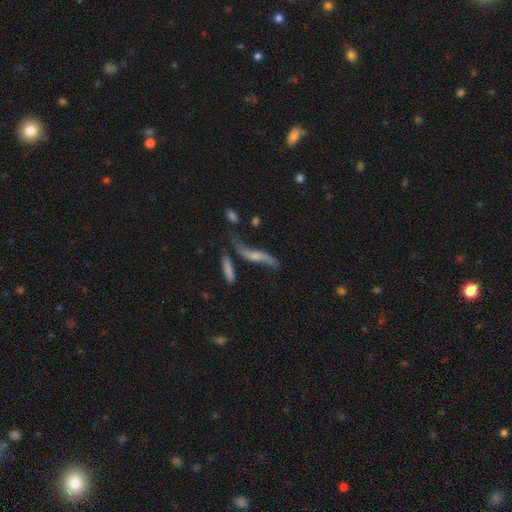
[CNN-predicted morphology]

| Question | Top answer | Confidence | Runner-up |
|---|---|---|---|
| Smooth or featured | featured or disk | 72% | smooth (19%) |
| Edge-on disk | no | 61% | yes (39%) |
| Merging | none | 54% | minor disturbance (20%) |